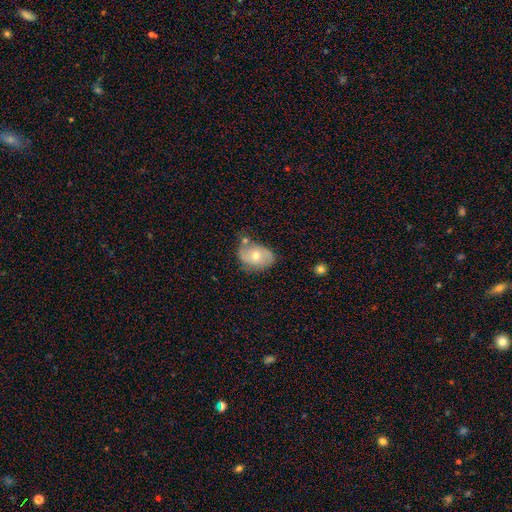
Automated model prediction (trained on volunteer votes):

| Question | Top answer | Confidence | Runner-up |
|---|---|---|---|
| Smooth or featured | featured or disk | 55% | smooth (37%) |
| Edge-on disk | no | 96% | yes (4%) |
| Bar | no | 73% | weak (22%) |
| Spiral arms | yes | 75% | no (25%) |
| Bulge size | moderate | 65% | small (30%) |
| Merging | none | 54% | minor disturbance (26%) |